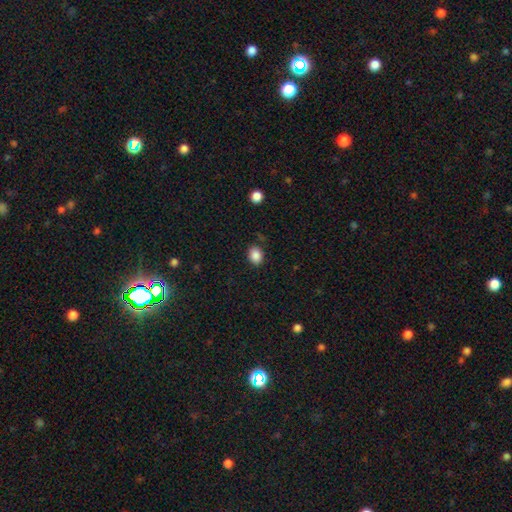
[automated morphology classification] Smooth or featured: smooth — 87% (star or artifact — 10%)
How rounded: in between — 53% (round — 46%)
Merging: none — 82% (minor disturbance — 12%)